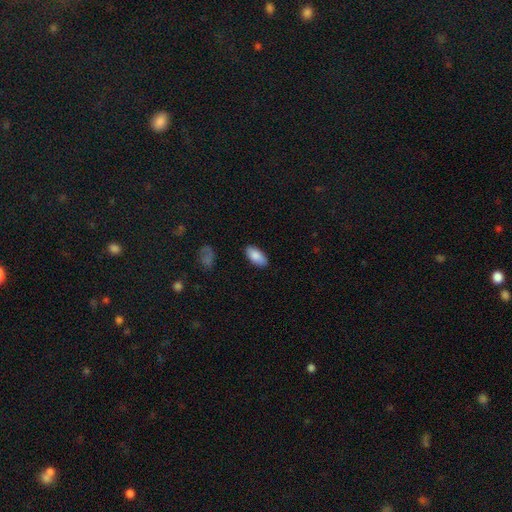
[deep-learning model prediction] The model was most divided on "merging": none: 87%, minor disturbance: 10%, major disturbance: 2%, merger: 1%. More confident: how rounded — in between (92%); smooth or featured — smooth (87%).